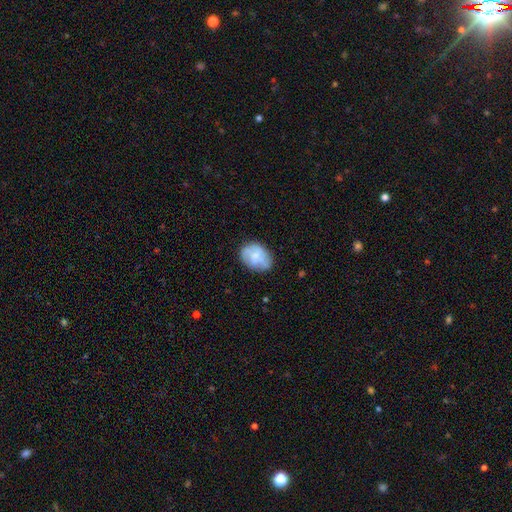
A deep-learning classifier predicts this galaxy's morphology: This appears to be a smooth galaxy with no disk features (59%) that is in between round and cigar-shaped (67%). Merging: none (68%).